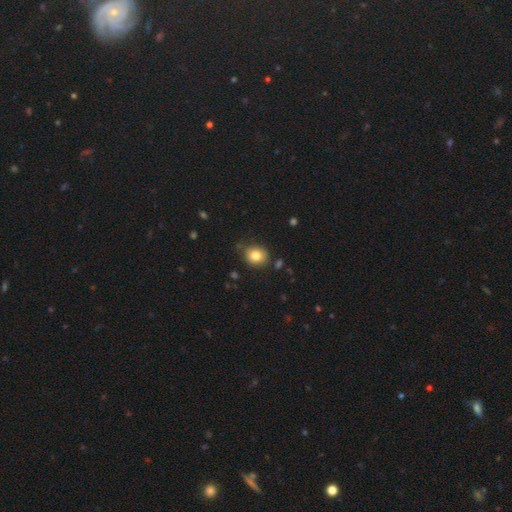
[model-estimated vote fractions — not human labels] Smooth or featured? Predicted: smooth (p=0.80). How rounded? Predicted: round (p=0.74). Merging? Predicted: none (p=0.80).